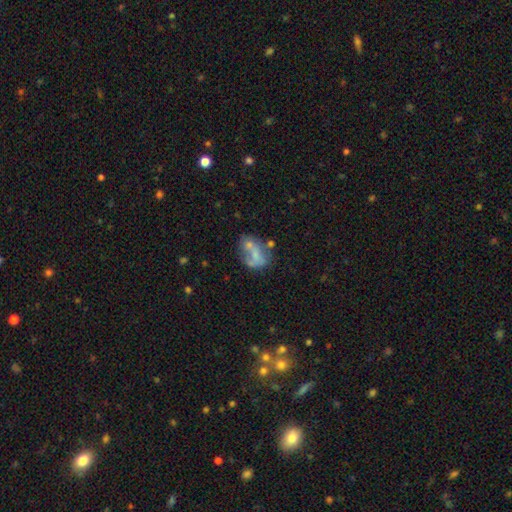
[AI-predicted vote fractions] A smooth galaxy with no disk features (50%) that is in between round and cigar-shaped (75%).

Vote fractions:
- Smooth or featured? smooth: 50% / featured or disk: 39% / star or artifact: 11%
- How rounded? in between: 75% / round: 24% / cigar-shaped: 2%
- Merging? merger: 32% / none: 29% / major disturbance: 20% / minor disturbance: 19%